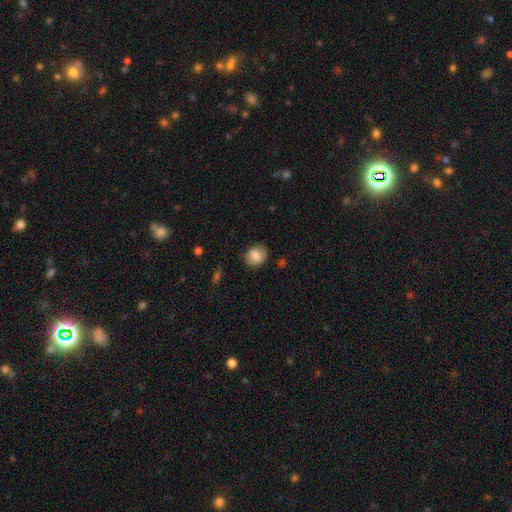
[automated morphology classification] Smooth or featured? smooth (82%)
How rounded? round (69%)
Merging? none (80%)